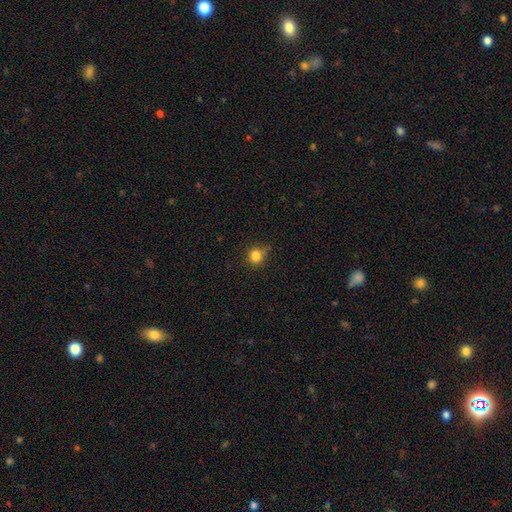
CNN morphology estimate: Smooth or featured? smooth (83%)
How rounded? round (85%)
Merging? none (68%)